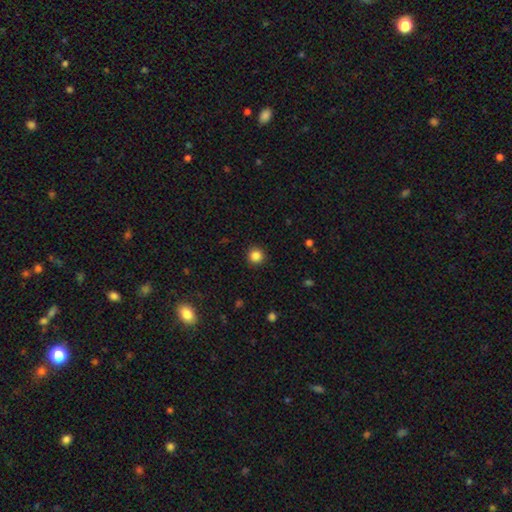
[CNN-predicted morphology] Smooth or featured: smooth — 84% (star or artifact — 12%)
How rounded: round — 94% (in between — 5%)
Merging: none — 92% (minor disturbance — 5%)